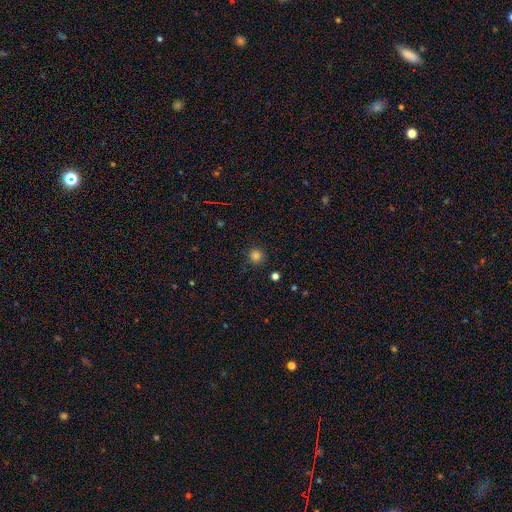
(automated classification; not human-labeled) Smooth or featured? Predicted: smooth (p=0.81). How rounded? Predicted: round (p=0.94). Merging? Predicted: none (p=0.88).